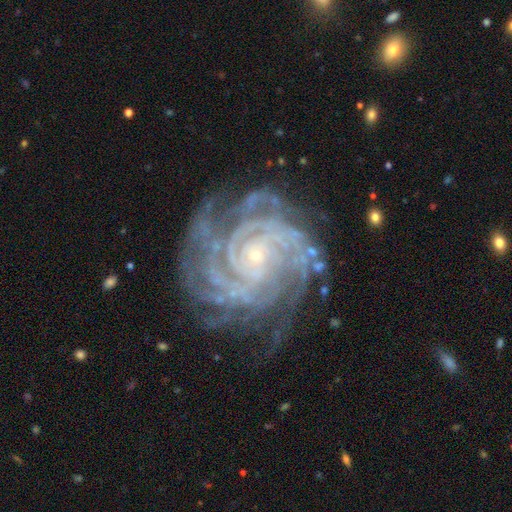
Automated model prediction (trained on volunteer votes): This appears to be a featured or disk galaxy (91%) with no bar (73%), 4 (24%, tied with more than 4) tight (83%) spiral arms (98%) and a small central bulge (87%). Merging: none (73%).